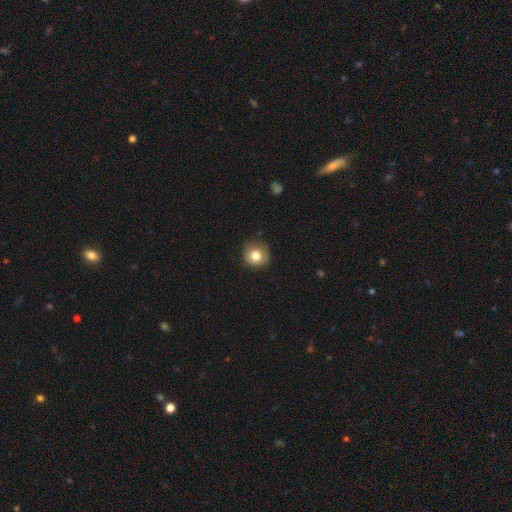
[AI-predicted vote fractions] Overall: smooth (80%). How rounded: round (92%). Merging: none (85%).